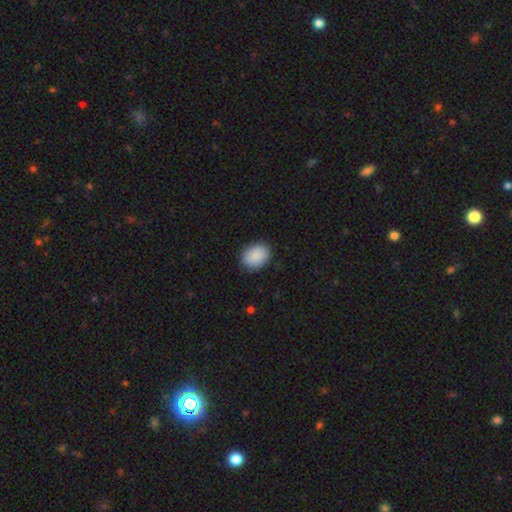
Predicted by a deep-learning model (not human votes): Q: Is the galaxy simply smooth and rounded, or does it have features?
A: smooth — 90%.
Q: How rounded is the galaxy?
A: in between — 64%.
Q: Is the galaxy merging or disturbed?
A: none — 87%.